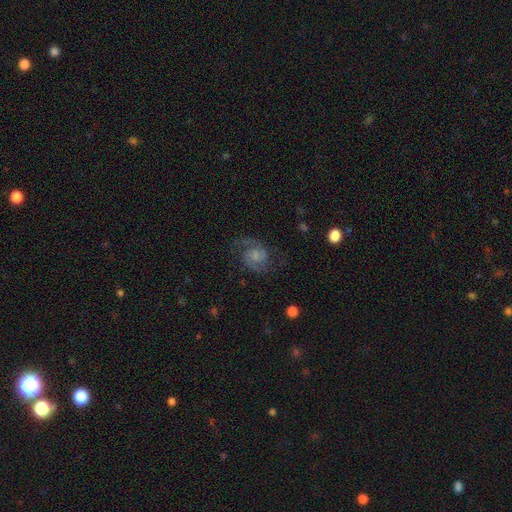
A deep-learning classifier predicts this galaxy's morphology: This appears to be a featured or disk galaxy (77%) with no bar (63%), 2 (87%) medium (53%) spiral arms (95%) and a small central bulge (39%). Merging: none (69%).